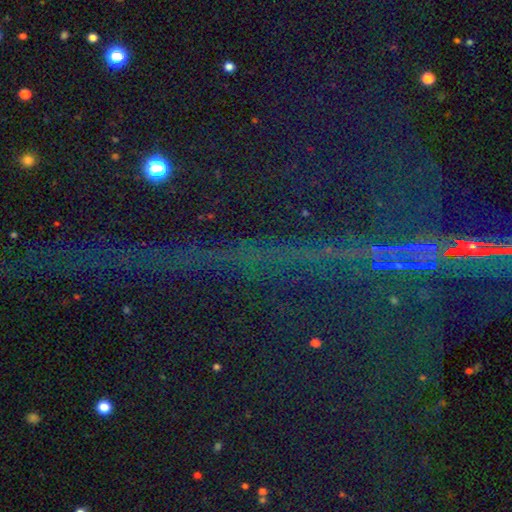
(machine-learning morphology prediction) The model was most divided on "smooth or featured": star or artifact: 86%, featured or disk: 8%, smooth: 7%.